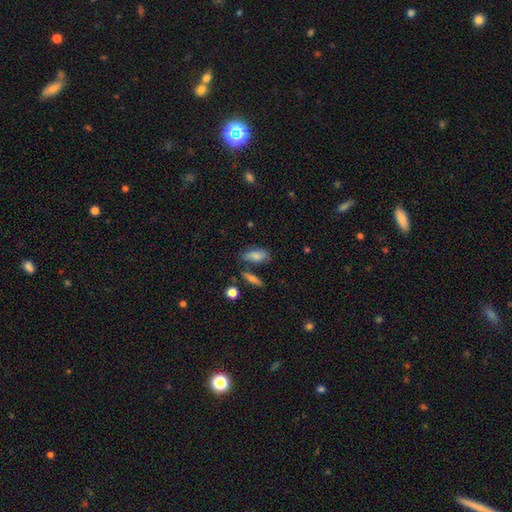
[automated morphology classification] This is likely a smooth galaxy (78%). How rounded: likely in between (79%). Merging: likely none (64%).